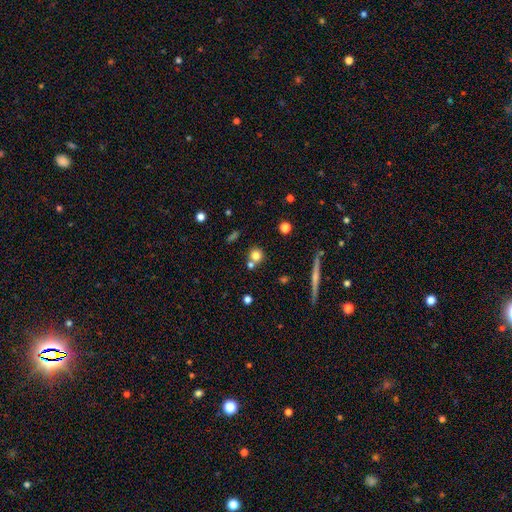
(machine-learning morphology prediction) smooth 76%, star or artifact 13%, featured or disk 11%. Down the decision tree: how rounded — round (88%); merging — none (62%).